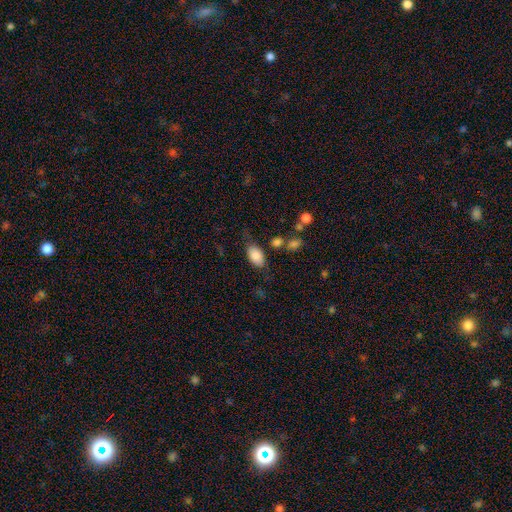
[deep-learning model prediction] Morphology: type=smooth (85%); roundness=in between (92%); merging=none (68%).